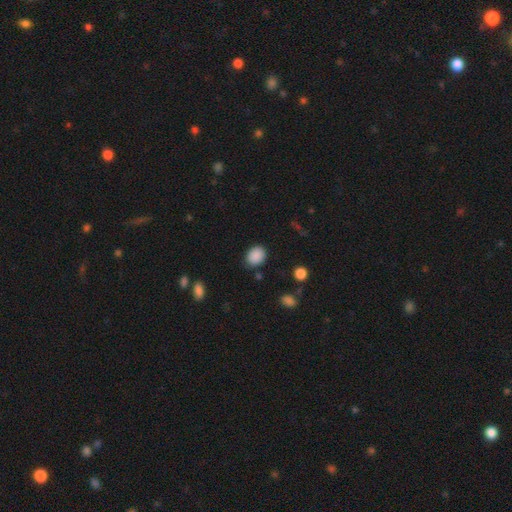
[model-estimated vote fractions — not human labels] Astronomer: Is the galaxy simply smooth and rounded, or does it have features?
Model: smooth — 88%.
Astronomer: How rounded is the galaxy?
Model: in between — 55% (runner-up: round, 44%).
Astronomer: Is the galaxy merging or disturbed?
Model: none — 84%.